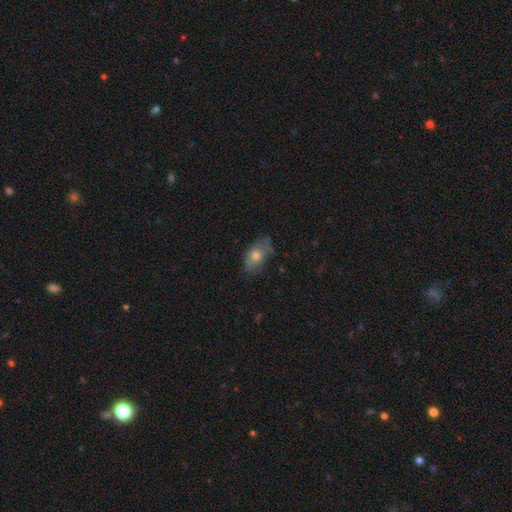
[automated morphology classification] smooth_or_featured: smooth (p=0.61) [alt: featured or disk p=0.29]
how_rounded: in between (p=0.85) [alt: round p=0.11]
merging: none (p=0.65) [alt: minor disturbance p=0.25]